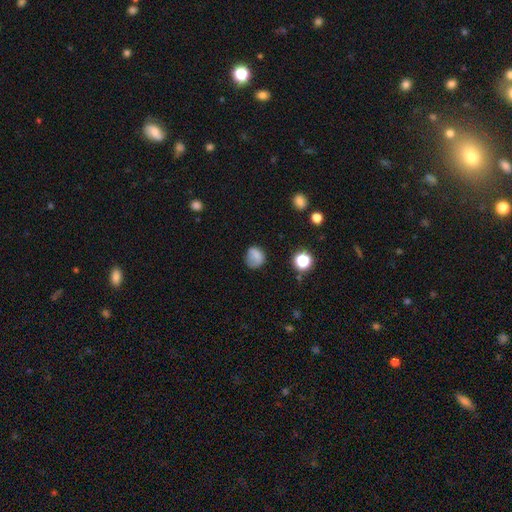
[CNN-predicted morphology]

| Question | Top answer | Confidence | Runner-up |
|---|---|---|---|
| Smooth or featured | smooth | 77% | star or artifact (13%) |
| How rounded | round | 73% | in between (26%) |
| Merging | none | 66% | minor disturbance (23%) |